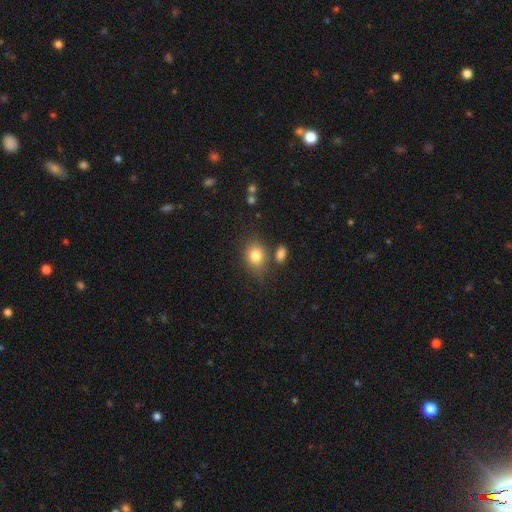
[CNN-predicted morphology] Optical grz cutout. It shows a smooth galaxy with no disk features (82%) that is in between round and cigar-shaped (51%). Merging: none (69%).